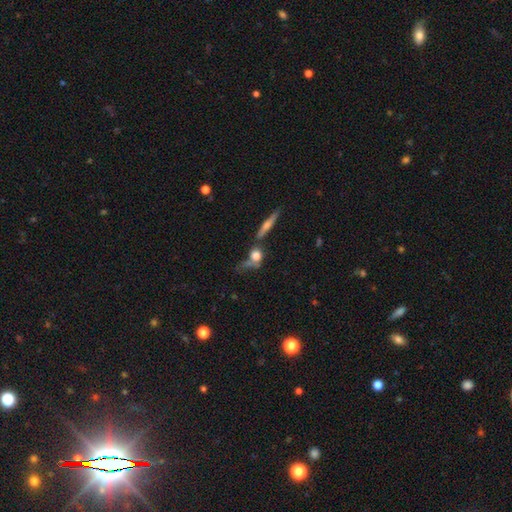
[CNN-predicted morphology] Smooth or featured?
  - smooth: 65% *
  - featured or disk: 23%
  - star or artifact: 12%
How rounded?
  - round: 53% *
  - in between: 33%
  - cigar-shaped: 14%
Merging?
  - none: 39% *
  - merger: 25%
  - major disturbance: 19%
  - minor disturbance: 18%